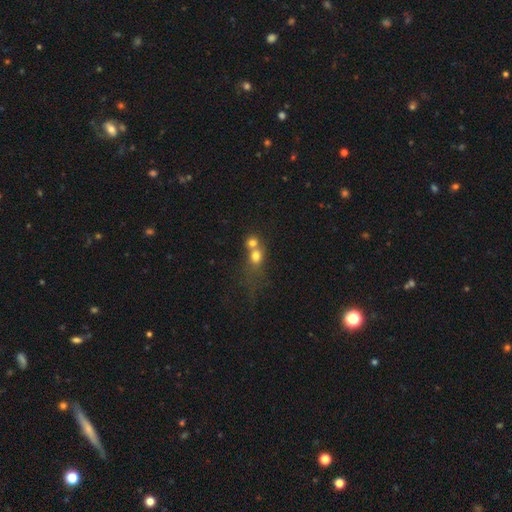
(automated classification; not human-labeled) This appears to be a smooth galaxy with no disk features (69%) that is round (70%). Merging: merger (66%).